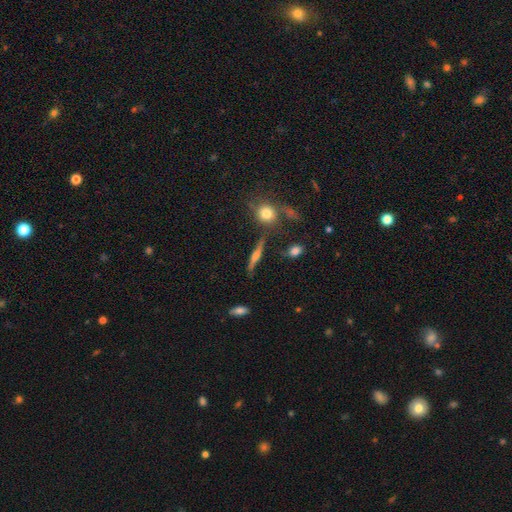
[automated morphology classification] Smooth or featured: featured or disk — 60% (smooth — 28%)
Edge-on disk: yes — 92% (no — 8%)
Edge-on bulge: rounded — 79% (boxy — 11%)
Merging: none — 76% (minor disturbance — 14%)